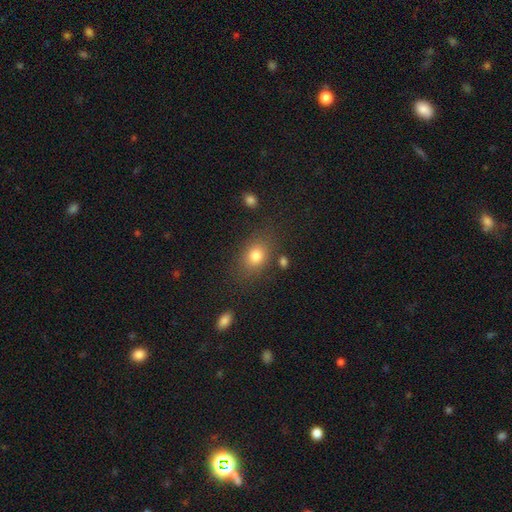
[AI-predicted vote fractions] Smooth or featured? smooth (79%)
How rounded? in between (62%)
Merging? none (77%)